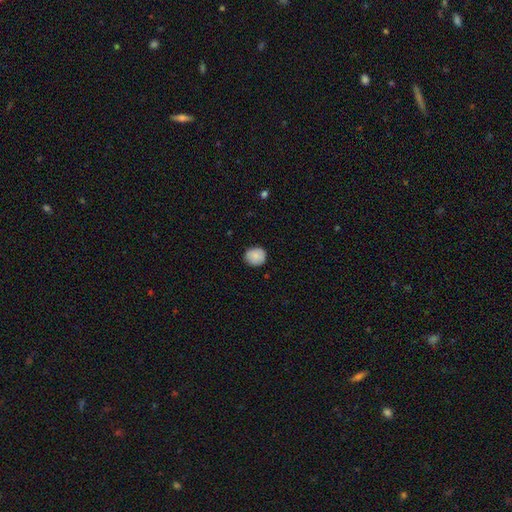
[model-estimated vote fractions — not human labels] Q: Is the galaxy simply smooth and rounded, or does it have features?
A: smooth — 87%.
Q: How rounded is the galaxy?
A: round — 76%.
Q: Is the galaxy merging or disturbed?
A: none — 84%.